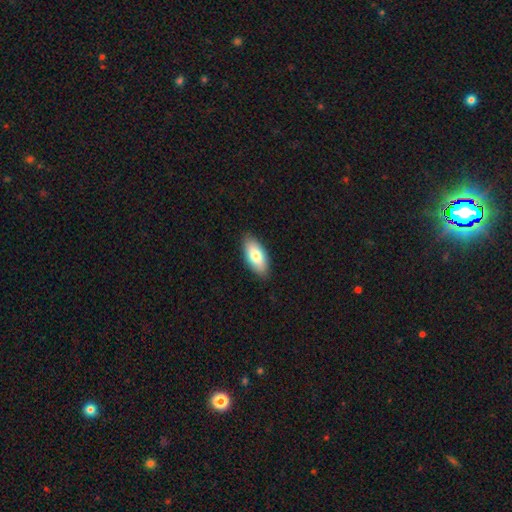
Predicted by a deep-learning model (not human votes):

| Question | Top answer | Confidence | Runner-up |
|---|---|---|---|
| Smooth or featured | smooth | 79% | featured or disk (16%) |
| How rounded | in between | 90% | cigar-shaped (8%) |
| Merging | none | 88% | minor disturbance (9%) |